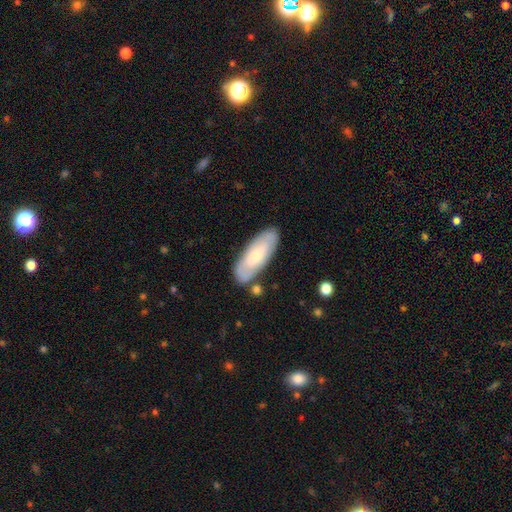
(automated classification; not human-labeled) smooth 56%, featured or disk 39%, star or artifact 6%. Down the decision tree: how rounded — in between (69%); merging — none (79%).